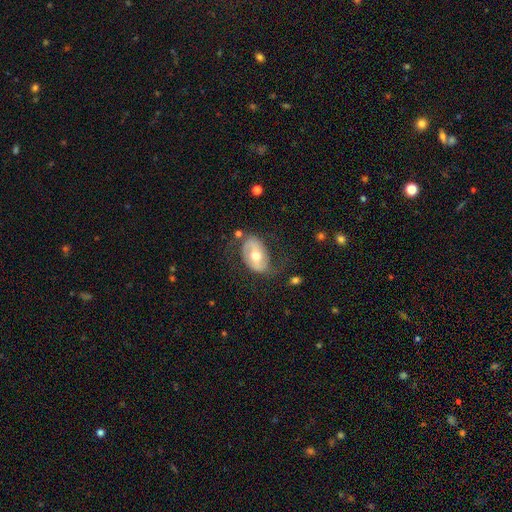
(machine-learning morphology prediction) Smooth or featured? featured or disk (60%)
Edge-on disk? no (94%)
Bar? no (37%)
Spiral arms? yes (68%)
Bulge size? moderate (75%)
Merging? none (55%)